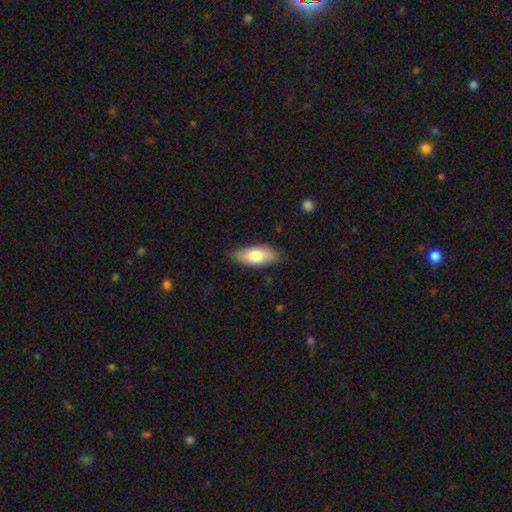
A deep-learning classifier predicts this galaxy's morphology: The model was most divided on "smooth or featured": smooth: 75%, featured or disk: 19%, star or artifact: 6%. More confident: how rounded — in between (85%); merging — none (81%).